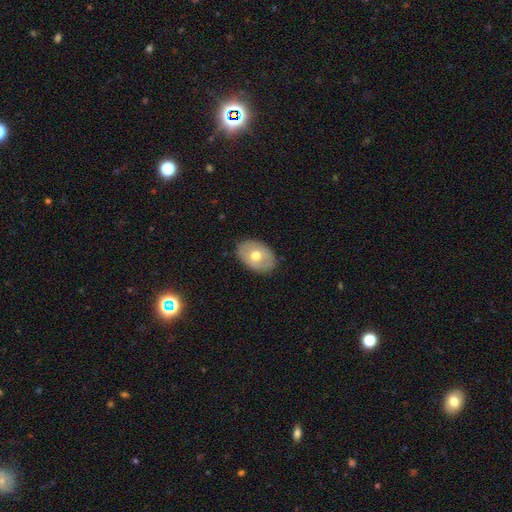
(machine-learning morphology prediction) This appears to be a smooth galaxy with no disk features (56%) that is in between round and cigar-shaped (81%). Merging: none (85%).